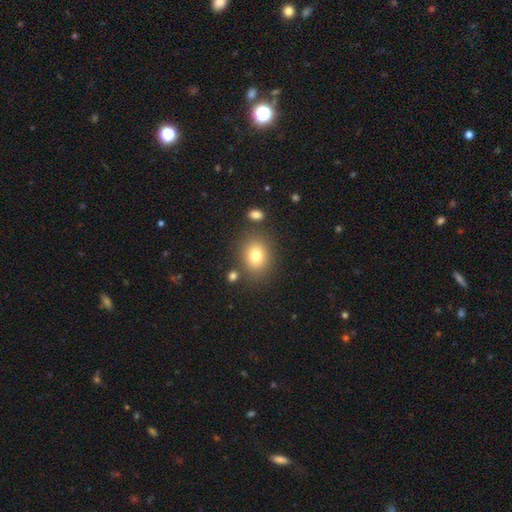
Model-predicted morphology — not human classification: smooth_or_featured: smooth (p=0.78) [alt: star or artifact p=0.12]
how_rounded: round (p=0.56) [alt: in between p=0.43]
merging: none (p=0.79) [alt: minor disturbance p=0.10]